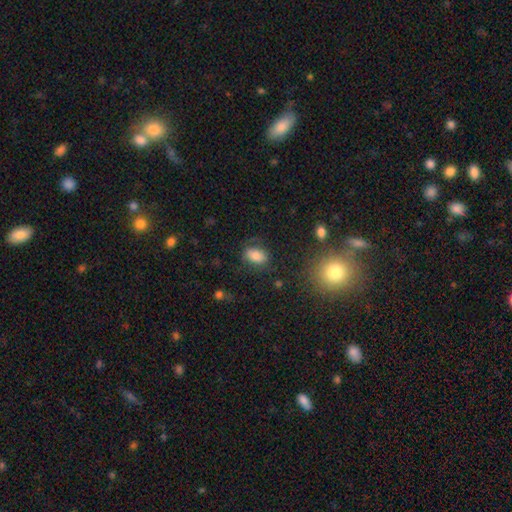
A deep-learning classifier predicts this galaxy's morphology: smooth 78%, featured or disk 12%, star or artifact 10%. Down the decision tree: how rounded — in between (86%); merging — none (72%).